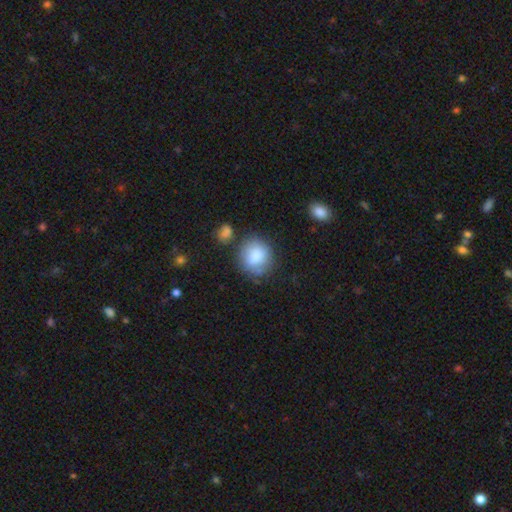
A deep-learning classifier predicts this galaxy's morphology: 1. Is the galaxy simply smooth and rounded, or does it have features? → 83% smooth, 10% featured or disk, 8% star or artifact.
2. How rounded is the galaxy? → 81% round, 18% in between, 1% cigar-shaped.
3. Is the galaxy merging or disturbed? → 66% none, 18% minor disturbance, 10% merger, 6% major disturbance.